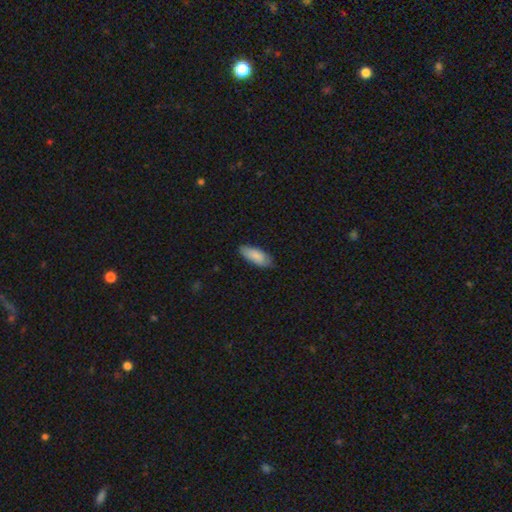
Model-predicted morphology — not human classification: smooth-or-featured: smooth: 86% | featured or disk: 9% | star or artifact: 5%
  how-rounded: in between: 79% | cigar-shaped: 20% | round: 2%
  merging: none: 80% | minor disturbance: 16% | major disturbance: 2% | merger: 1%